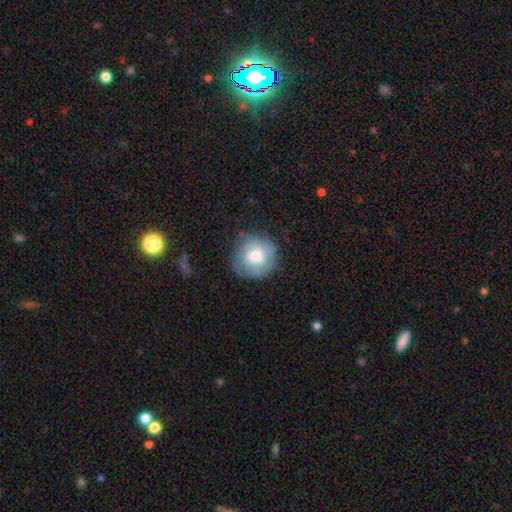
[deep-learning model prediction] A smooth galaxy with no disk features (62%) that is round (87%). Merging: none (66%).